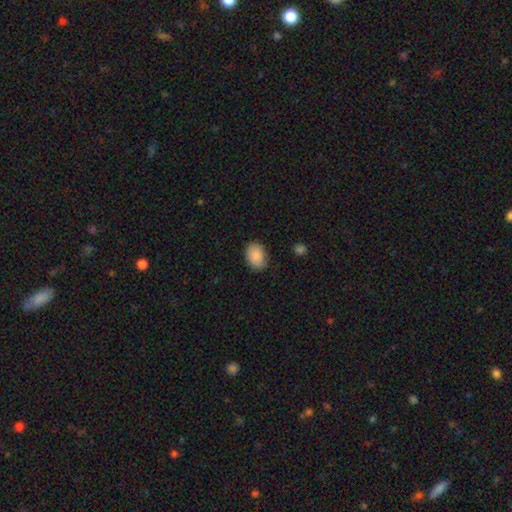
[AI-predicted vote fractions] Q: Smooth or featured?
A: smooth (89%); runner-up: star or artifact (7%)
Q: How rounded?
A: in between (76%); runner-up: round (23%)
Q: Merging?
A: none (81%); runner-up: minor disturbance (14%)